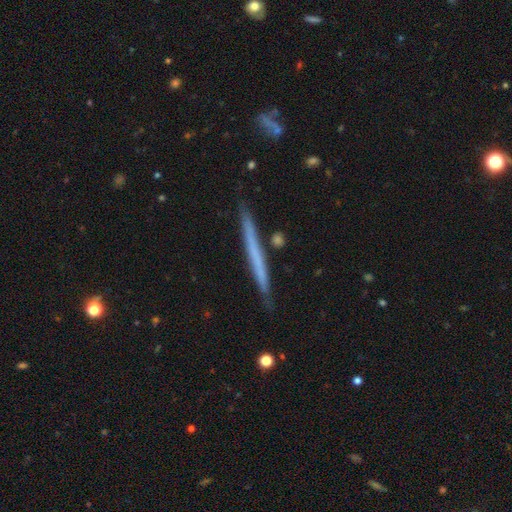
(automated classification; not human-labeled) This is possibly a featured or disk galaxy (47%). Merging: clearly none (88%).